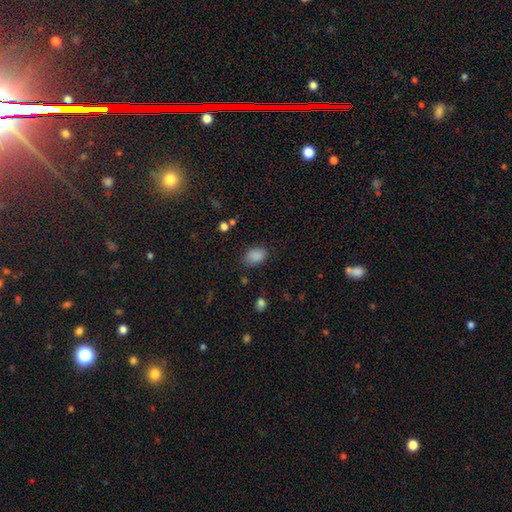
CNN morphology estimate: A smooth galaxy with no disk features (87%) that is in between round and cigar-shaped (83%). Merging: none (76%).